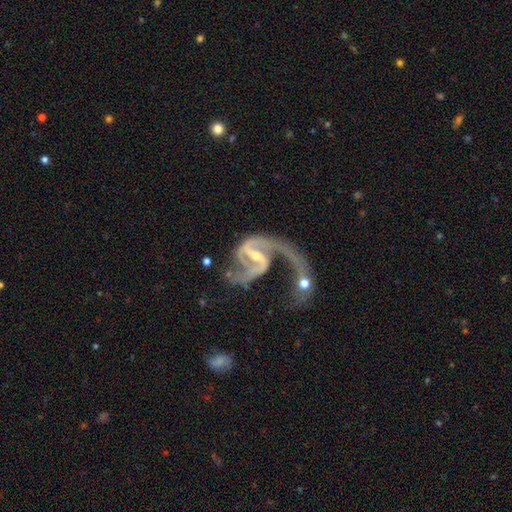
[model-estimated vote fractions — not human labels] A featured or disk galaxy (92%) with a strong bar (47%), 2 (82%) loose (50%) spiral arms (97%) and a small central bulge (61%). Merging: major disturbance (35%).